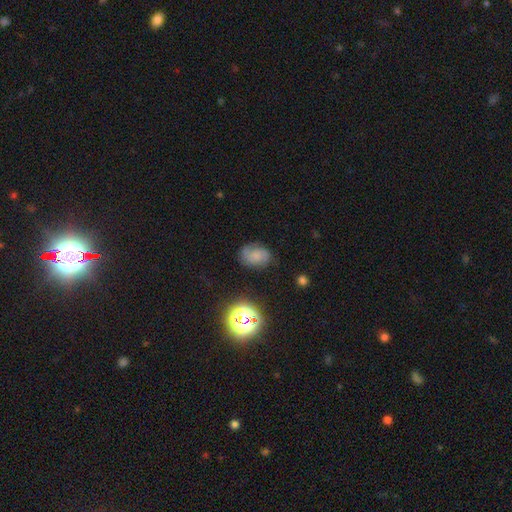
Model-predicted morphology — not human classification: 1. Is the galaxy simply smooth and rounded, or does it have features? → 49% featured or disk, 37% smooth, 15% star or artifact.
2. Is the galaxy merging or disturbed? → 70% none, 20% minor disturbance, 8% major disturbance, 2% merger.